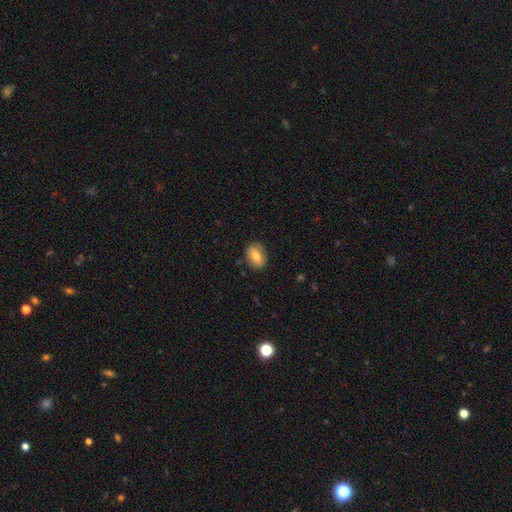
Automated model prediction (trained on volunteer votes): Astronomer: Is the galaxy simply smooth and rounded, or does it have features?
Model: smooth — 72%.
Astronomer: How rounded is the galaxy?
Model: in between — 73%.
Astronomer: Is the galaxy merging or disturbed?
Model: none — 82%.